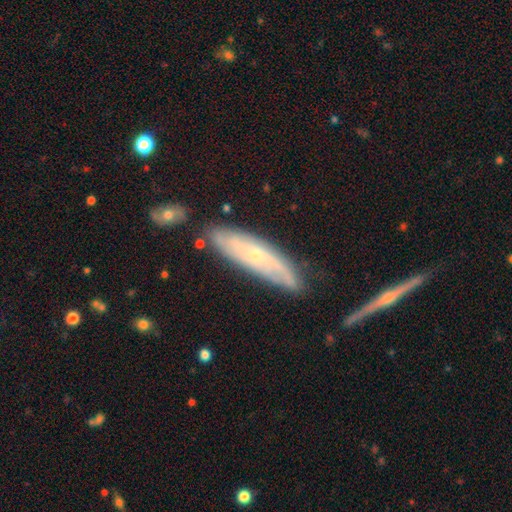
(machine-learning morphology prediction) A featured or disk galaxy (66%). Merging: none (73%).